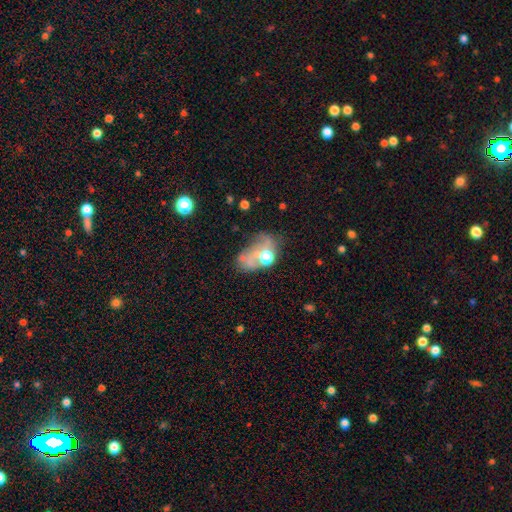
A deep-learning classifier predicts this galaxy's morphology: Smooth or featured: featured or disk — 45% (smooth — 36%)
Merging: major disturbance — 35% (none — 28%)